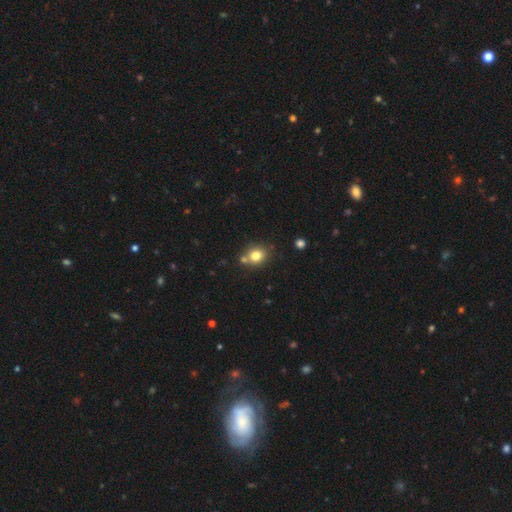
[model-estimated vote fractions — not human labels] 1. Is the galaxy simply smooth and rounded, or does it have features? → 79% smooth, 12% star or artifact, 9% featured or disk.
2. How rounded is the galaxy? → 74% round, 25% in between, 1% cigar-shaped.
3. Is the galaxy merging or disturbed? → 68% none, 18% merger, 11% minor disturbance, 3% major disturbance.